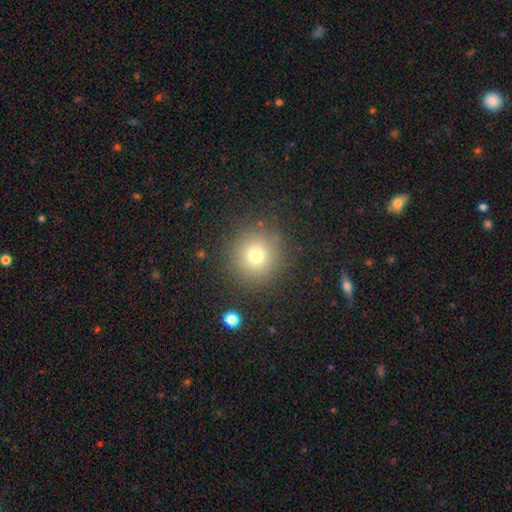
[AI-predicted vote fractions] A smooth galaxy with no disk features (74%) that is round (94%). Merging: none (88%).